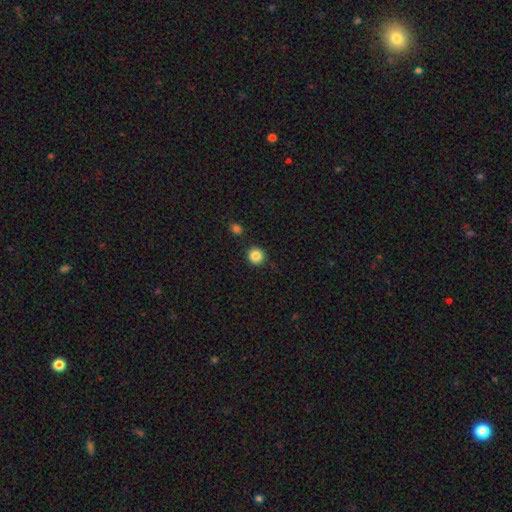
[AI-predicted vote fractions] smooth 86%, star or artifact 10%, featured or disk 4%. Down the decision tree: how rounded — round (94%); merging — none (89%).